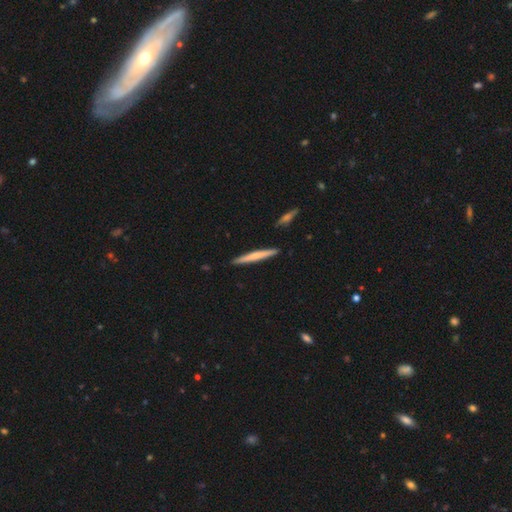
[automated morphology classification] Smooth or featured? smooth (61%)
How rounded? cigar-shaped (96%)
Merging? none (91%)